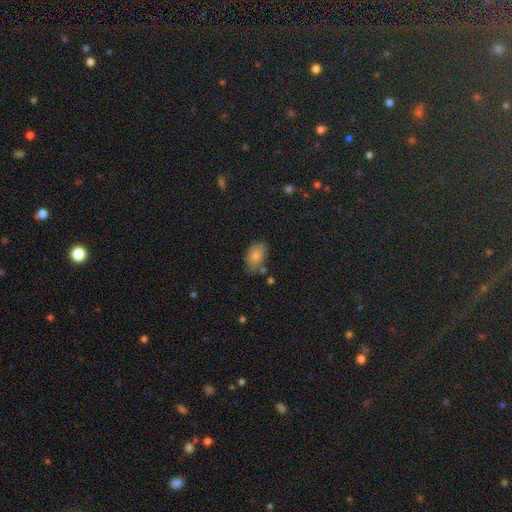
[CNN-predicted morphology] The model was most divided on "merging": none: 65%, minor disturbance: 23%, merger: 6%, major disturbance: 6%. More confident: how rounded — in between (89%); smooth or featured — smooth (80%).